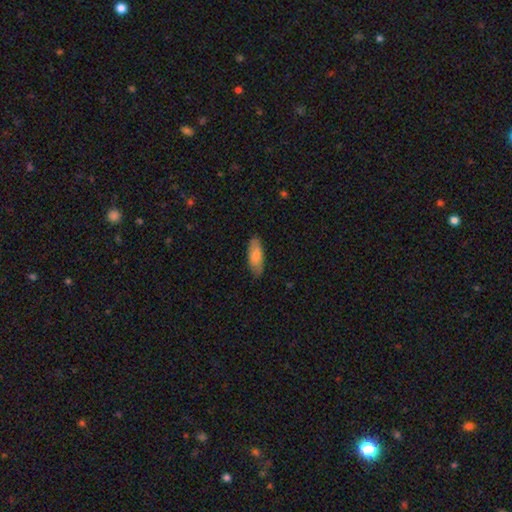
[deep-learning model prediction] smooth 80%, featured or disk 15%, star or artifact 6%. Down the decision tree: how rounded — in between (72%); merging — none (81%).